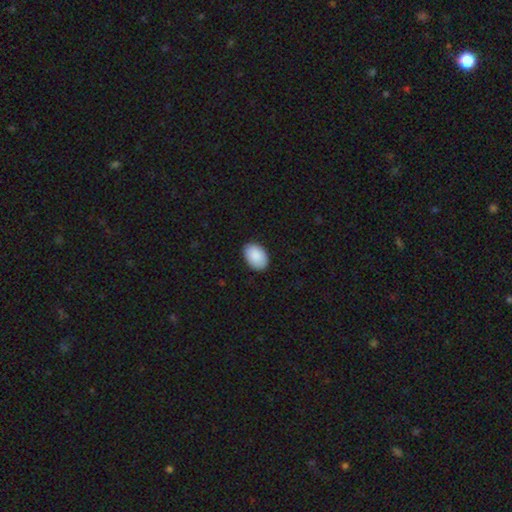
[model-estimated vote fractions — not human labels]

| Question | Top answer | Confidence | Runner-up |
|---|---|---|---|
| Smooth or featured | smooth | 90% | star or artifact (6%) |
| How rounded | in between | 88% | round (11%) |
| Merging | none | 87% | minor disturbance (10%) |